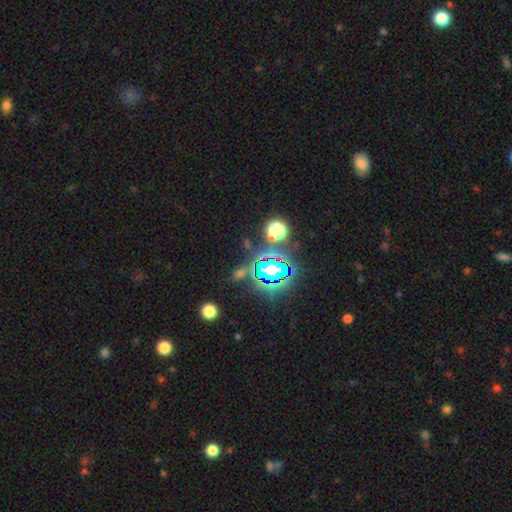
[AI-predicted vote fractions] Morphology: type=star or artifact (80%).